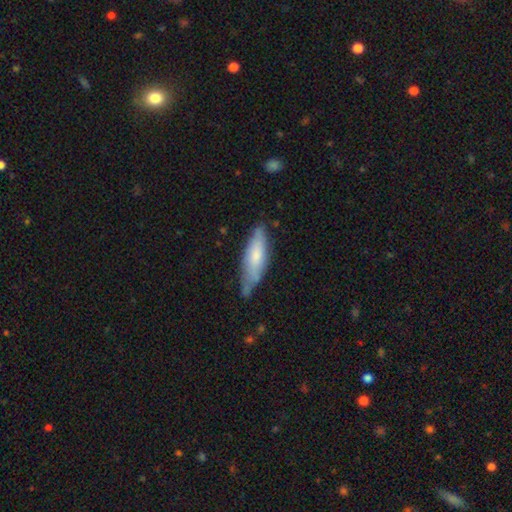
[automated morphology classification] The model was most divided on "how rounded": cigar-shaped: 56%, in between: 42%, round: 2%. More confident: smooth or featured — smooth (64%); merging — none (61%).